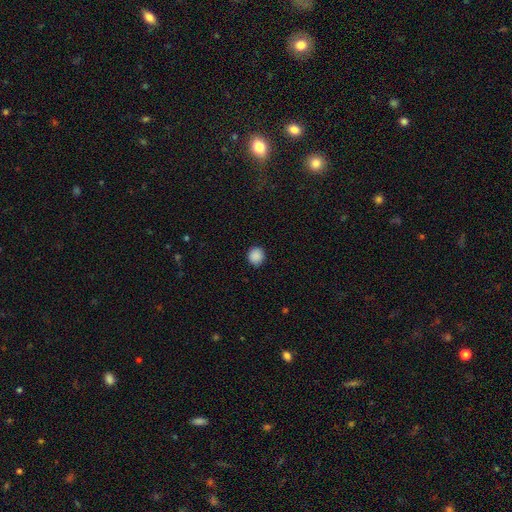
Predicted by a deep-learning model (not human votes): Smooth or featured: smooth — 89% (star or artifact — 9%)
How rounded: round — 89% (in between — 10%)
Merging: none — 91% (minor disturbance — 6%)